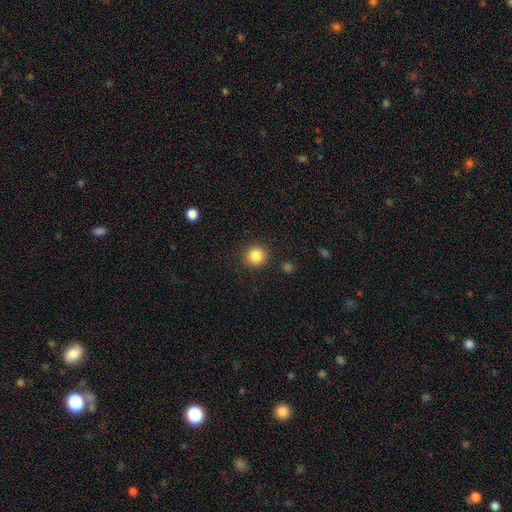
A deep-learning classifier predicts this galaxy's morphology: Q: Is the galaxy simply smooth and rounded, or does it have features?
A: smooth — 85%.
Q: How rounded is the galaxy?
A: round — 92%.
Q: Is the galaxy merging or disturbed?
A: none — 90%.